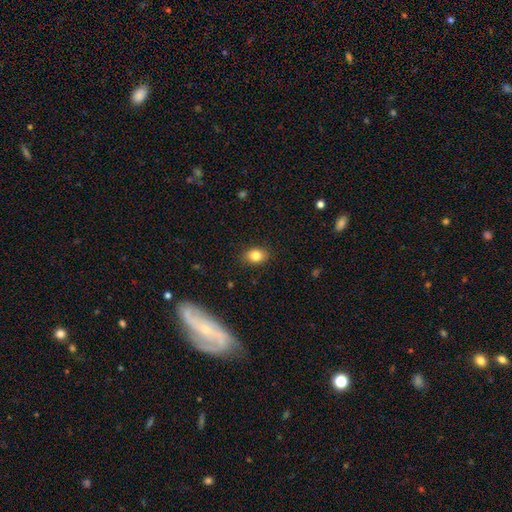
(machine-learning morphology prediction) smooth-or-featured: smooth: 82% | star or artifact: 10% | featured or disk: 8%
  how-rounded: in between: 67% | round: 32% | cigar-shaped: 1%
  merging: none: 88% | minor disturbance: 9% | major disturbance: 2% | merger: 1%